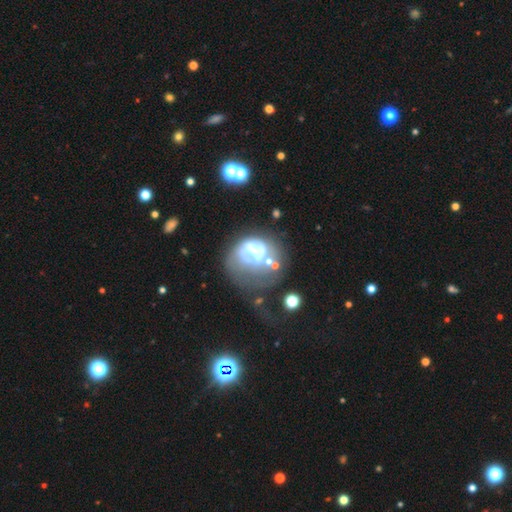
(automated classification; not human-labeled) Smooth or featured? featured or disk (58%)
Edge-on disk? no (97%)
Bar? no (57%)
Spiral arms? no (77%)
Bulge size? moderate (34%)
Merging? major disturbance (43%)